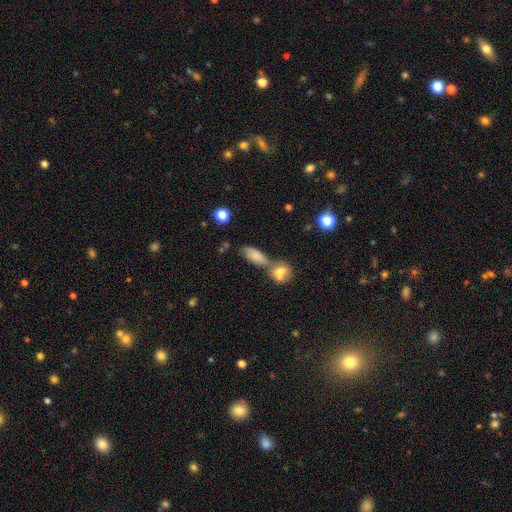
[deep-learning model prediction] A smooth galaxy with no disk features (76%) that is in between round and cigar-shaped (78%). Merging: none (41%).